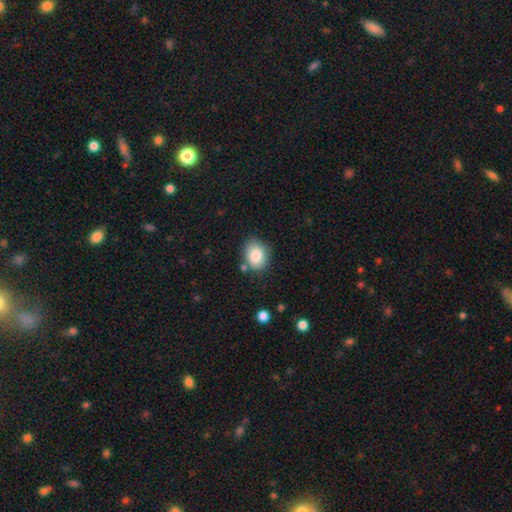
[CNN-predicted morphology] Smooth or featured?
  - smooth: 83% *
  - star or artifact: 8%
  - featured or disk: 8%
How rounded?
  - in between: 60% *
  - round: 39%
  - cigar-shaped: 1%
Merging?
  - none: 75% *
  - minor disturbance: 15%
  - merger: 6%
  - major disturbance: 4%